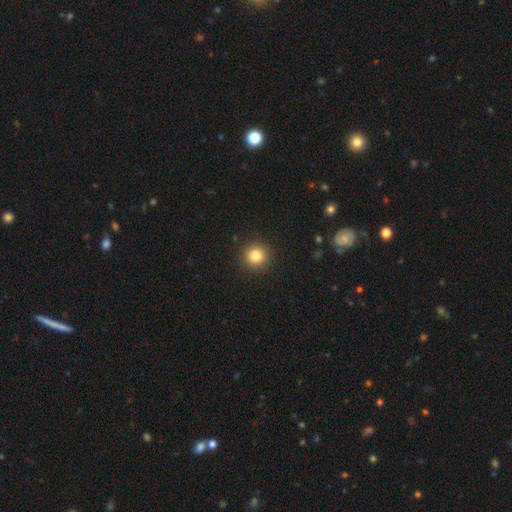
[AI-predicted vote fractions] The model was most divided on "smooth or featured": smooth: 82%, star or artifact: 12%, featured or disk: 6%. More confident: how rounded — round (94%); merging — none (92%).